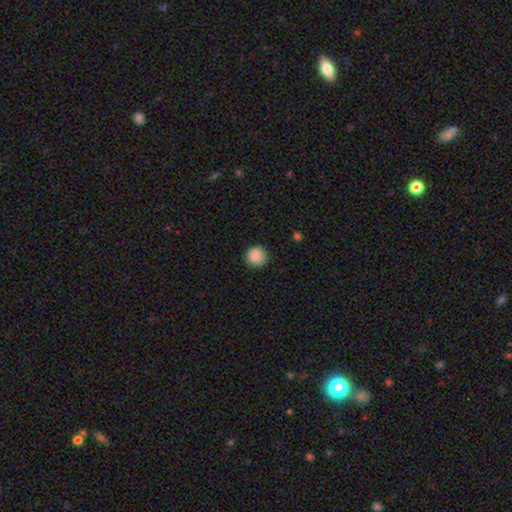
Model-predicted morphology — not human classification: A smooth galaxy with no disk features (88%) that is round (95%). Merging: none (89%).